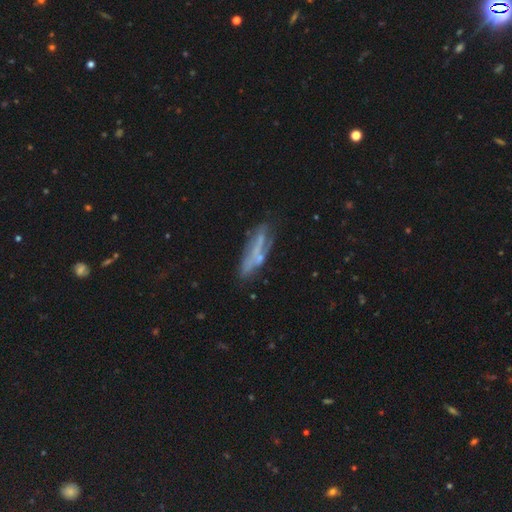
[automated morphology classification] Smooth or featured? featured or disk (53%)
Edge-on disk? no (58%)
Merging? none (58%)